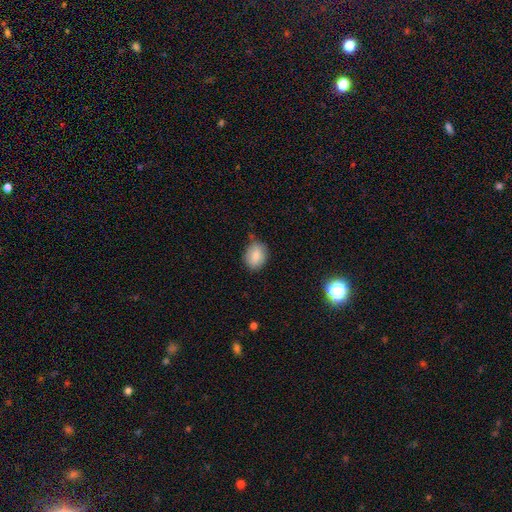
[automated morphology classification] Overall: smooth (83%). How rounded: in between (57%; round 41%). Merging: none (69%).